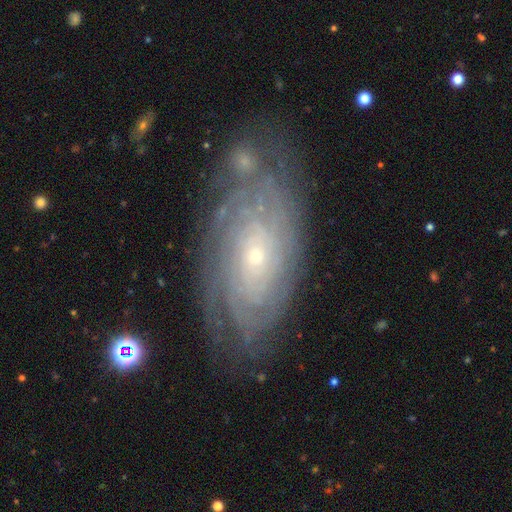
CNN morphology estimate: Overall: featured or disk (82%). Edge-on disk: no (93%). Bar: no (76%). Spiral arms: yes (94%). Spiral arm count: can't tell (48%; 4 15%). Spiral winding: tight (82%). Bulge size: small (77%). Merging: none (76%).